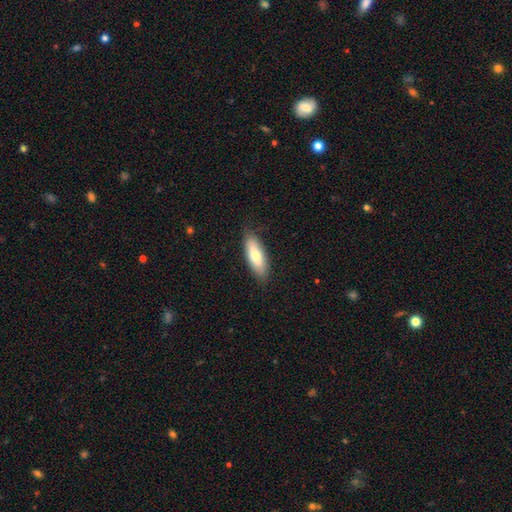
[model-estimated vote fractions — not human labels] Smooth or featured?
  - smooth: 68% *
  - featured or disk: 26%
  - star or artifact: 6%
How rounded?
  - in between: 64% *
  - cigar-shaped: 34%
  - round: 2%
Merging?
  - none: 83% *
  - minor disturbance: 13%
  - major disturbance: 3%
  - merger: 1%